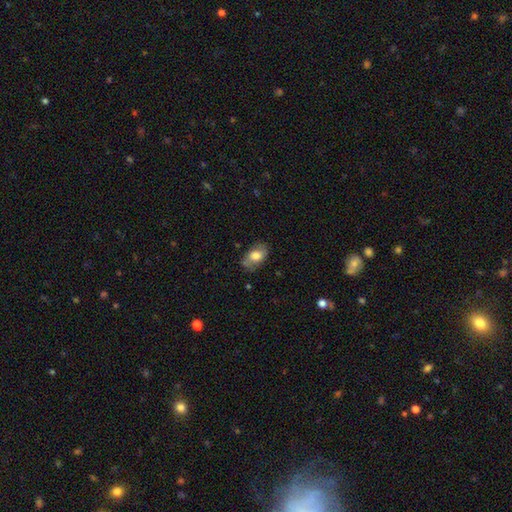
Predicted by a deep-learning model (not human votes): Q: Smooth or featured?
A: smooth (70%); runner-up: featured or disk (23%)
Q: How rounded?
A: in between (88%); runner-up: round (10%)
Q: Merging?
A: none (66%); runner-up: minor disturbance (24%)